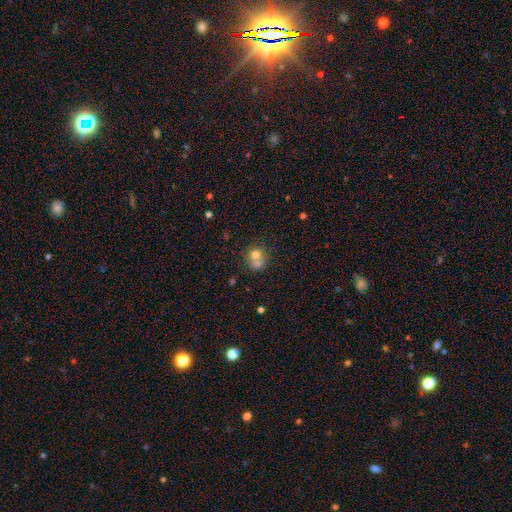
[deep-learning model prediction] This appears to be a smooth galaxy with no disk features (70%) that is round (76%). Merging: merger (53%).